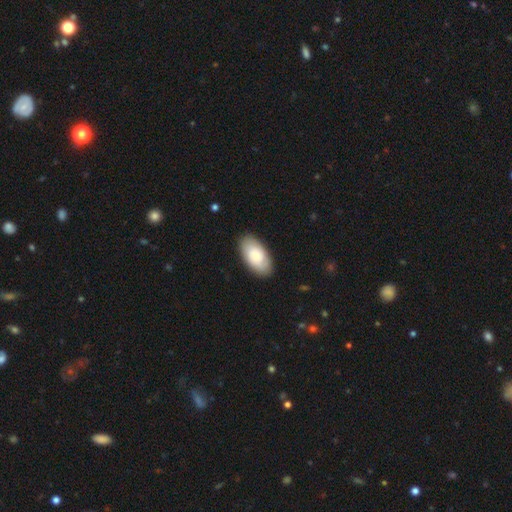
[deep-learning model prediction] Q: Smooth or featured?
A: smooth (69%); runner-up: featured or disk (25%)
Q: How rounded?
A: in between (95%); runner-up: round (3%)
Q: Merging?
A: none (86%); runner-up: minor disturbance (11%)